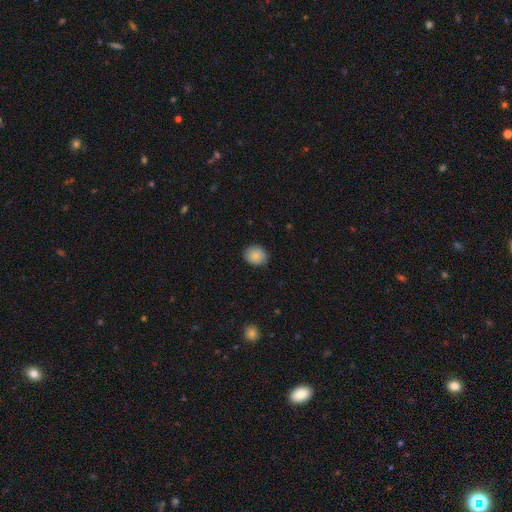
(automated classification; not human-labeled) Smooth or featured?
  - smooth: 85% *
  - star or artifact: 8%
  - featured or disk: 7%
How rounded?
  - round: 70% *
  - in between: 29%
  - cigar-shaped: 1%
Merging?
  - none: 83% *
  - minor disturbance: 13%
  - major disturbance: 3%
  - merger: 1%